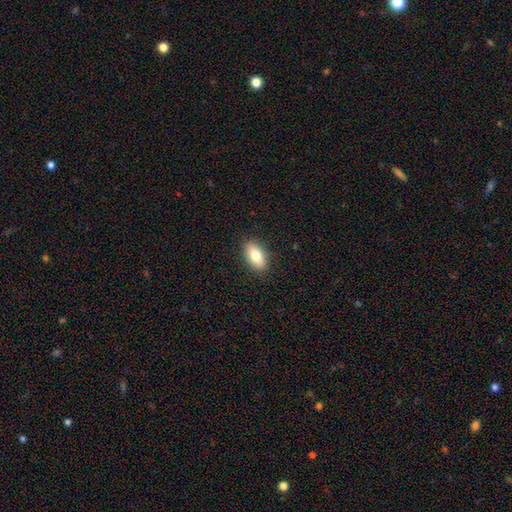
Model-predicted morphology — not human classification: This appears to be a smooth galaxy with no disk features (78%) that is in between round and cigar-shaped (90%). Merging: none (89%).